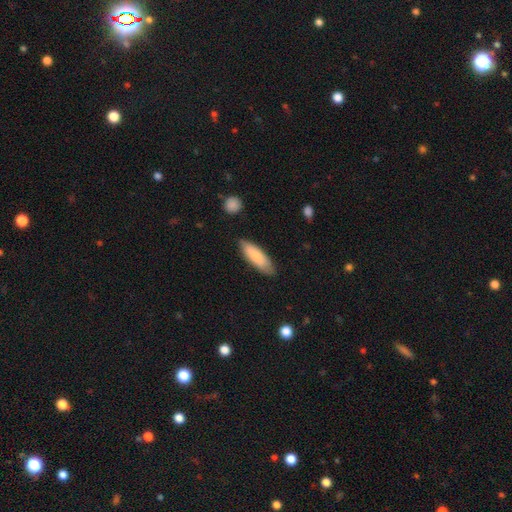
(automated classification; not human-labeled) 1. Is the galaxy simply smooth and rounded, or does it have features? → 80% smooth, 14% featured or disk, 5% star or artifact.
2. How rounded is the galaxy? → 53% in between, 45% cigar-shaped, 2% round.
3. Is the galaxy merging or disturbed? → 81% none, 14% minor disturbance, 3% major disturbance, 2% merger.